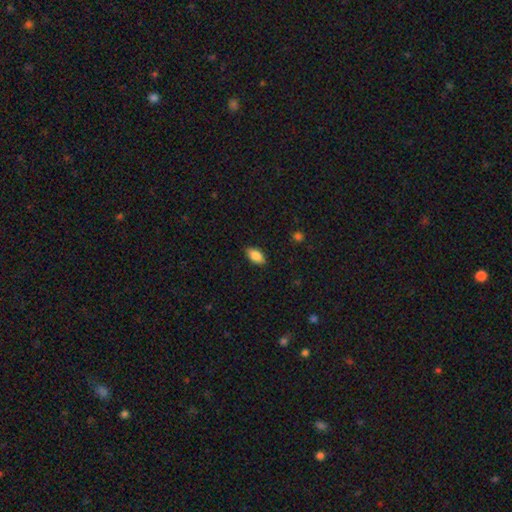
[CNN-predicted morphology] This appears to be a smooth galaxy with no disk features (86%) that is in between round and cigar-shaped (91%). Merging: none (87%).